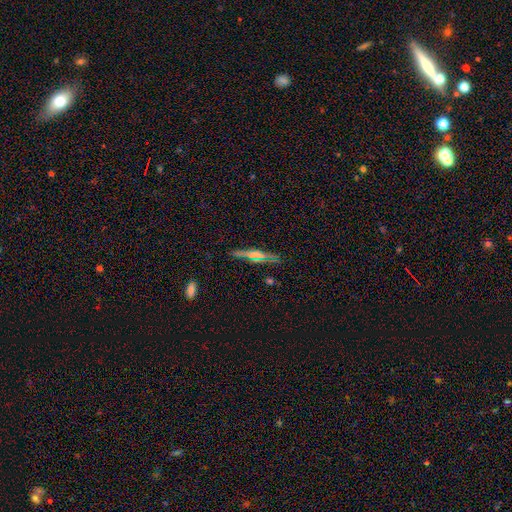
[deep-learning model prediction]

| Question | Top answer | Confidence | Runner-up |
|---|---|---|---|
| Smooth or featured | featured or disk | 52% | smooth (36%) |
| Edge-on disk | yes | 92% | no (8%) |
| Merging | none | 85% | minor disturbance (10%) |